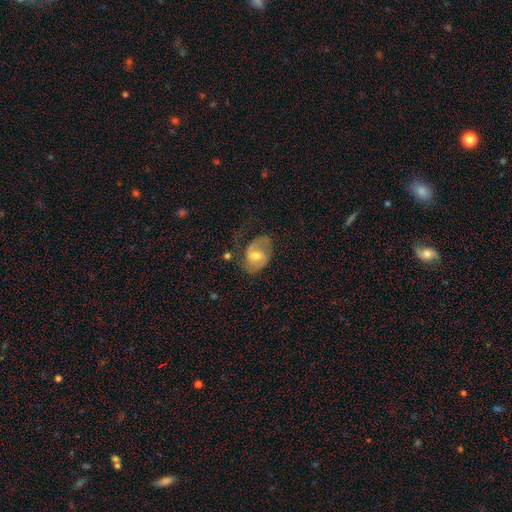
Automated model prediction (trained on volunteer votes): Overall: featured or disk (65%; smooth 29%). Edge-on disk: no (96%). Bar: weak (53%; no 32%). Spiral arms: yes (85%). Spiral arm count: 2 (74%). Spiral winding: medium (46%; loose 32%). Bulge size: moderate (65%; small 26%). Merging: none (50%; minor disturbance 26%).